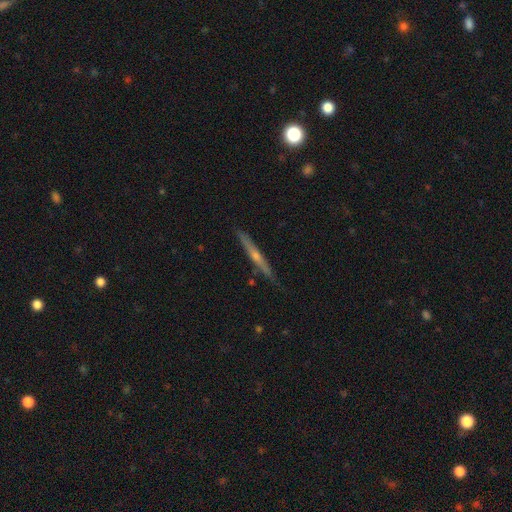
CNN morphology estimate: Smooth or featured? Predicted: featured or disk (p=0.68). Edge-on disk? Predicted: yes (p=0.95). Edge-on bulge? Predicted: rounded (p=0.76). Merging? Predicted: none (p=0.88).